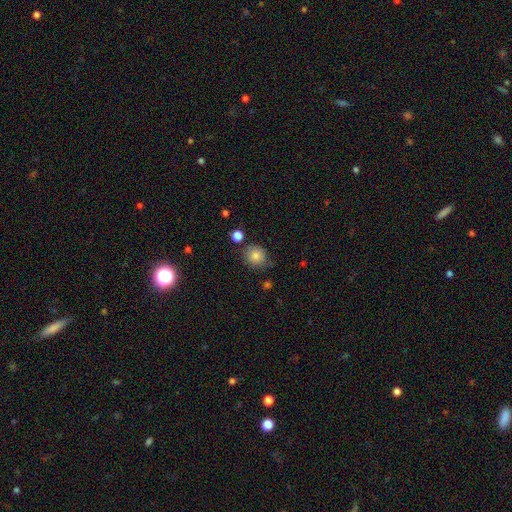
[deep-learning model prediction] This appears to be a smooth galaxy with no disk features (84%) that is round (83%). Merging: none (74%).